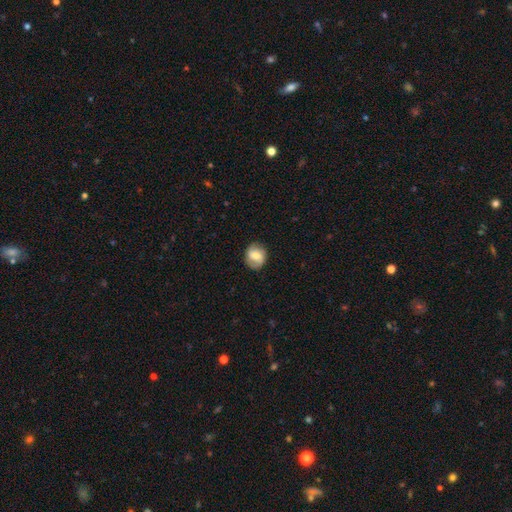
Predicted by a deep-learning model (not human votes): smooth-or-featured: smooth: 58% | featured or disk: 34% | star or artifact: 8%
  how-rounded: round: 68% | in between: 31% | cigar-shaped: 1%
  merging: none: 82% | minor disturbance: 13% | major disturbance: 4% | merger: 1%